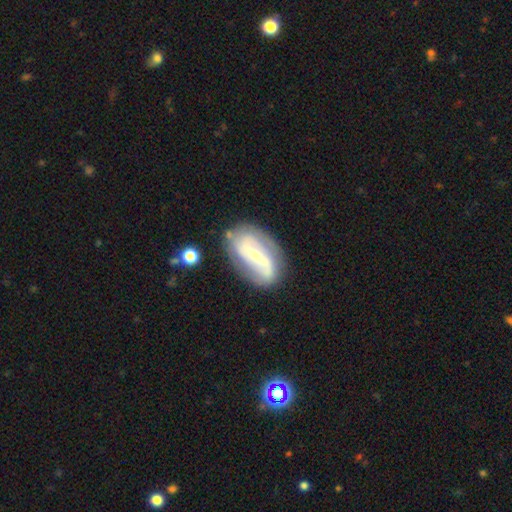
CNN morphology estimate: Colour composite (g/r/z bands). It shows a featured or disk galaxy (75%) with a strong bar (48%), 2 (74%) medium (38%) spiral arms (86%) and a small central bulge (66%). Merging: none (72%).